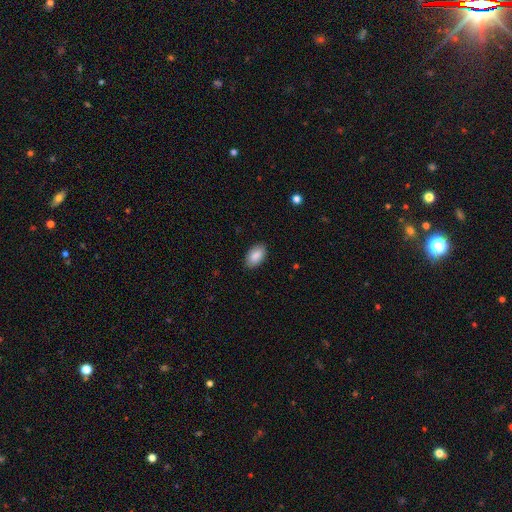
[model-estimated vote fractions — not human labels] The model was most divided on "merging": none: 87%, minor disturbance: 9%, major disturbance: 2%, merger: 1%. More confident: how rounded — in between (95%); smooth or featured — smooth (88%).